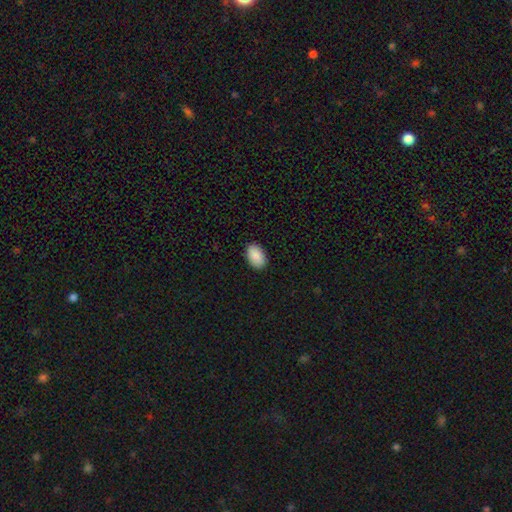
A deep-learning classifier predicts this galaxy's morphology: A smooth galaxy with no disk features (91%) that is in between round and cigar-shaped (92%).

Vote fractions:
- Smooth or featured? smooth: 91% / star or artifact: 6% / featured or disk: 3%
- How rounded? in between: 92% / round: 7% / cigar-shaped: 1%
- Merging? none: 90% / minor disturbance: 8% / major disturbance: 2% / merger: 1%